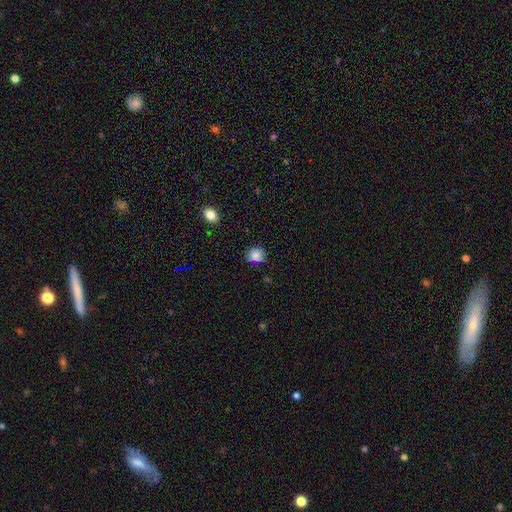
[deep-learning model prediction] Smooth or featured? Predicted: smooth (p=0.85). How rounded? Predicted: round (p=0.83). Merging? Predicted: none (p=0.83).